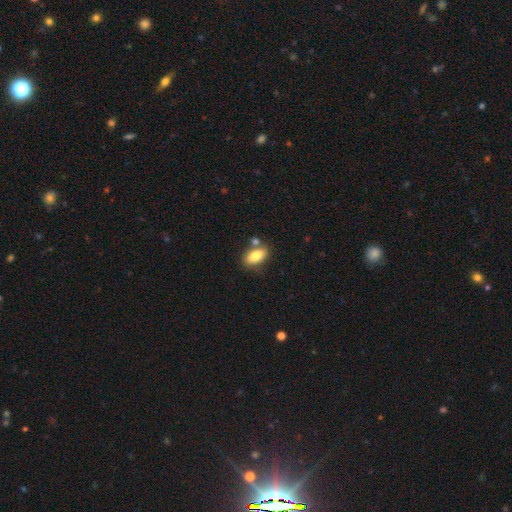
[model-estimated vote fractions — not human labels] This is clearly a smooth galaxy (81%). How rounded: clearly in between (89%). Merging: likely none (67%).